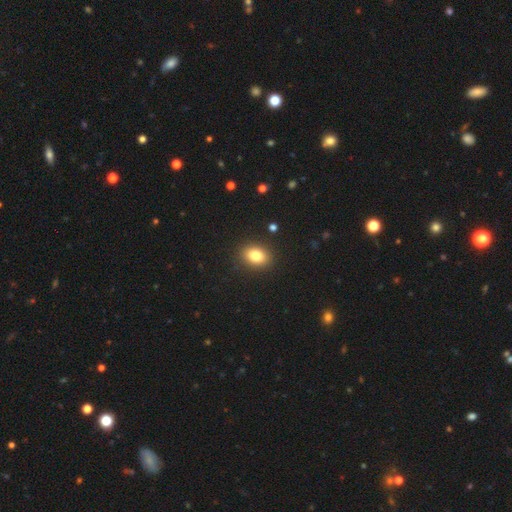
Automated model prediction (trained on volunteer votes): Morphology: type=smooth (83%); roundness=in between (70%); merging=none (89%).